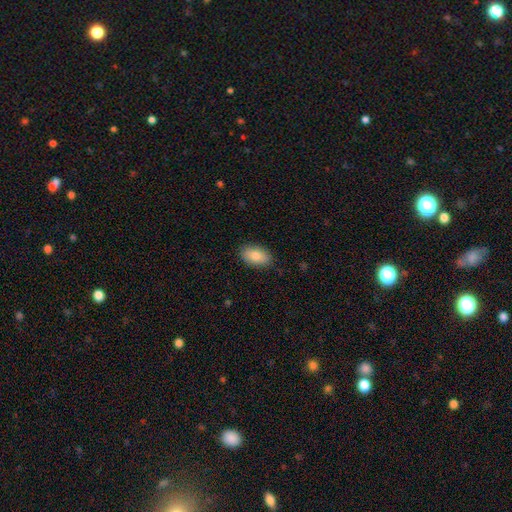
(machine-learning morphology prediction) smooth-or-featured: smooth: 84% | featured or disk: 9% | star or artifact: 7%
  how-rounded: in between: 92% | round: 5% | cigar-shaped: 2%
  merging: none: 87% | minor disturbance: 10% | major disturbance: 2% | merger: 1%